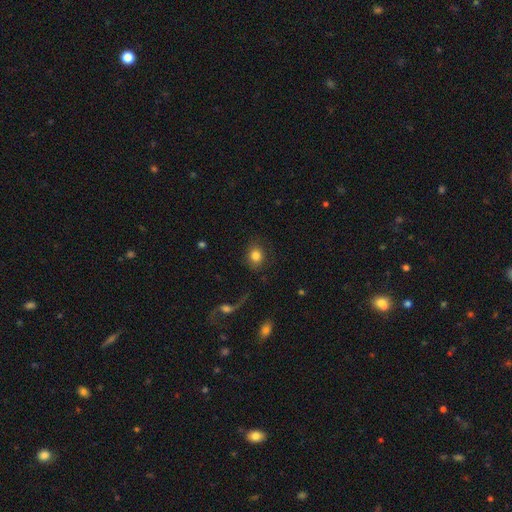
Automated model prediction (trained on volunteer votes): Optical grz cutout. It shows a smooth galaxy with no disk features (82%) that is round (70%). Merging: none (80%).